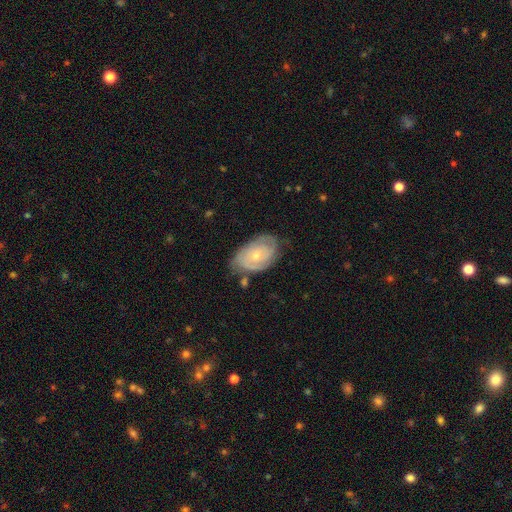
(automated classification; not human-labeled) smooth-or-featured: featured or disk: 69% | smooth: 25% | star or artifact: 6%
  disk-edge-on: no: 96% | yes: 4%
    bar: no: 76% | weak: 20% | strong: 3%
    has-spiral-arms: yes: 86% | no: 14%
      spiral-winding: tight: 66% | medium: 26% | loose: 8%
      spiral-arm-count: 2: 41% | can't tell: 36% | 3: 12% | 1: 6% | 4: 3% | more than 4: 2%
    bulge-size: small: 64% | moderate: 32% | none: 2% | large: 1% | dominant: 1%
  merging: none: 63% | minor disturbance: 26% | major disturbance: 8% | merger: 3%